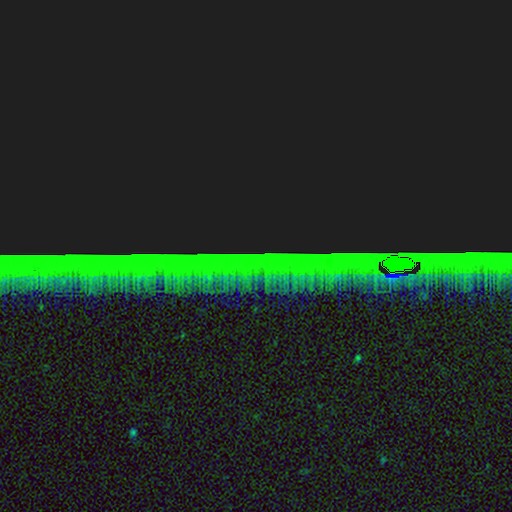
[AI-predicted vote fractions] smooth-or-featured: star or artifact: 85% | featured or disk: 8% | smooth: 7%